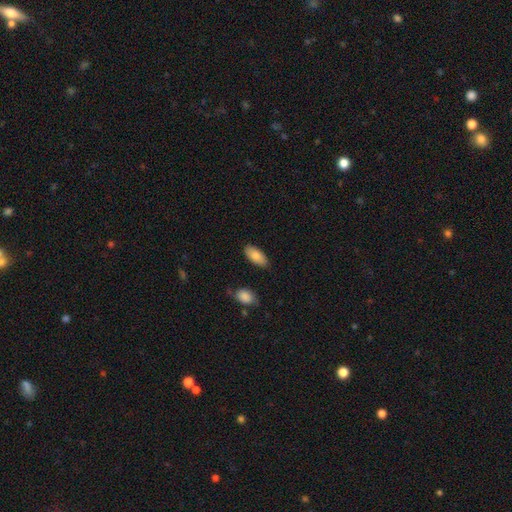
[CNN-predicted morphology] smooth_or_featured: smooth (p=0.85) [alt: featured or disk p=0.09]
how_rounded: in between (p=0.90) [alt: cigar-shaped p=0.08]
merging: none (p=0.84) [alt: minor disturbance p=0.11]